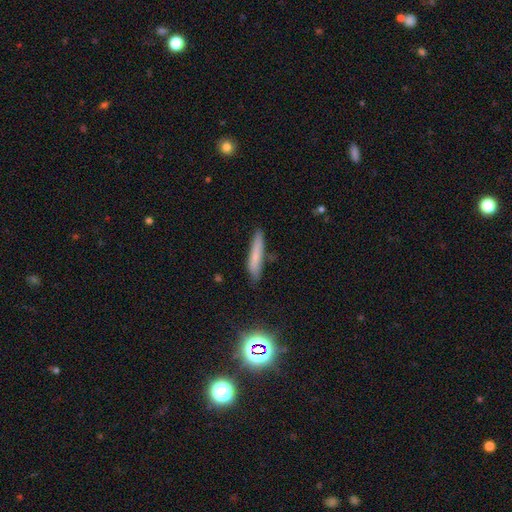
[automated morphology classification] smooth-or-featured: smooth: 68% | featured or disk: 21% | star or artifact: 11%
  how-rounded: cigar-shaped: 90% | in between: 8% | round: 2%
  merging: none: 81% | minor disturbance: 14% | major disturbance: 3% | merger: 2%